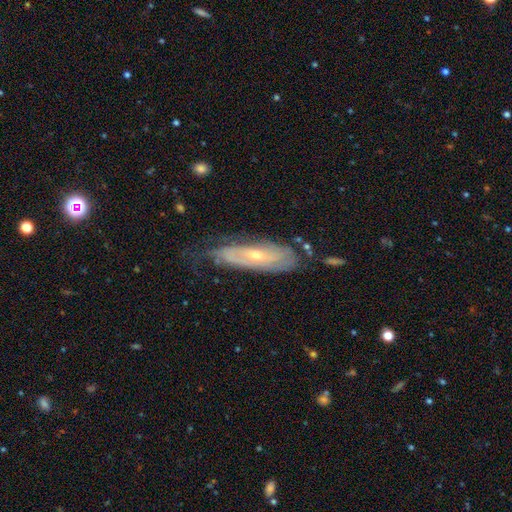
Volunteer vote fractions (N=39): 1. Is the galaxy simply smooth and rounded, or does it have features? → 85% featured or disk, 15% smooth, 0% star or artifact.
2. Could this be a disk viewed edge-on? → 76% no, 24% yes.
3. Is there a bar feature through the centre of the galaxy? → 52% no, 36% weak, 12% strong.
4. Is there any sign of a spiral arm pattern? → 84% yes, 16% no.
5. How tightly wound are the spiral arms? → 67% tight, 24% medium, 10% loose.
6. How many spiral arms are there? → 52% can't tell, 38% 2, 5% 3, 5% 4, 0% 1, 0% more than 4.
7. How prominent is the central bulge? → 48% moderate (tied), 48% small (tied), 4% none, 0% dominant, 0% large.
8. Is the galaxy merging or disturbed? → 51% none, 33% minor disturbance, 15% major disturbance, 0% merger.